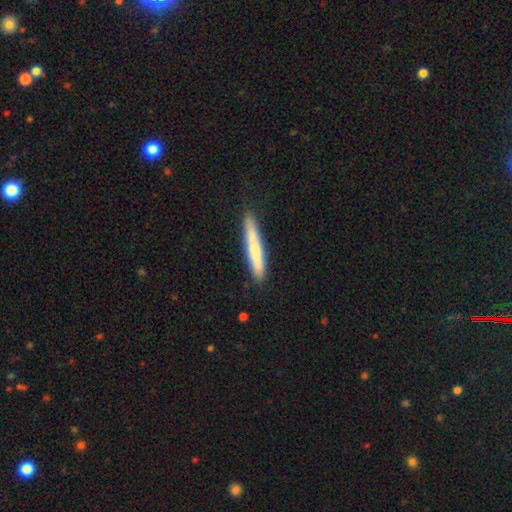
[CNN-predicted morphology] smooth_or_featured: smooth (p=0.70) [alt: featured or disk p=0.24]
how_rounded: cigar-shaped (p=0.93) [alt: in between p=0.06]
merging: none (p=0.85) [alt: minor disturbance p=0.11]